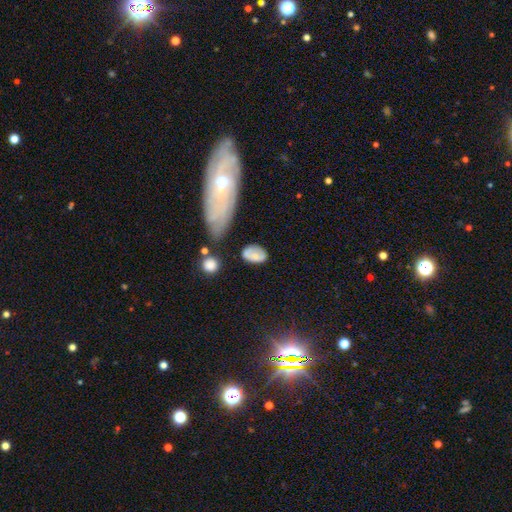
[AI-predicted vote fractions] Smooth or featured? Predicted: smooth (p=0.71). How rounded? Predicted: in between (p=0.86). Merging? Predicted: none (p=0.62).